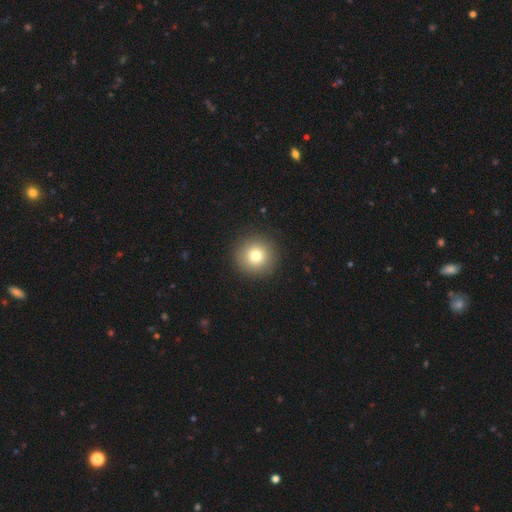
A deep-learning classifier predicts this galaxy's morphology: smooth-or-featured: smooth: 79% | star or artifact: 11% | featured or disk: 10%
  how-rounded: round: 95% | in between: 4% | cigar-shaped: 1%
  merging: none: 92% | minor disturbance: 5% | major disturbance: 2% | merger: 1%